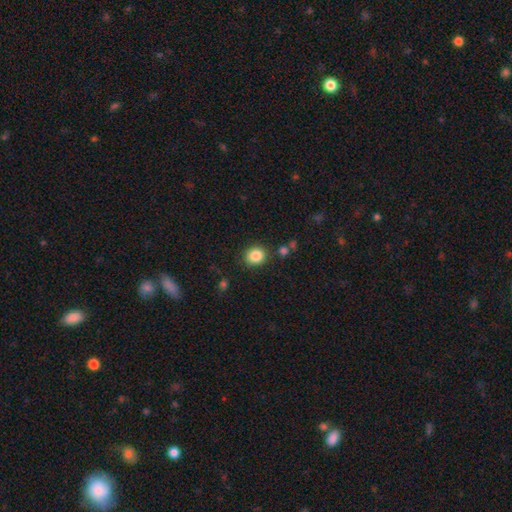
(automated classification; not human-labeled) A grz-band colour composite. It shows a smooth galaxy with no disk features (86%) that is round (73%). Merging: none (84%).